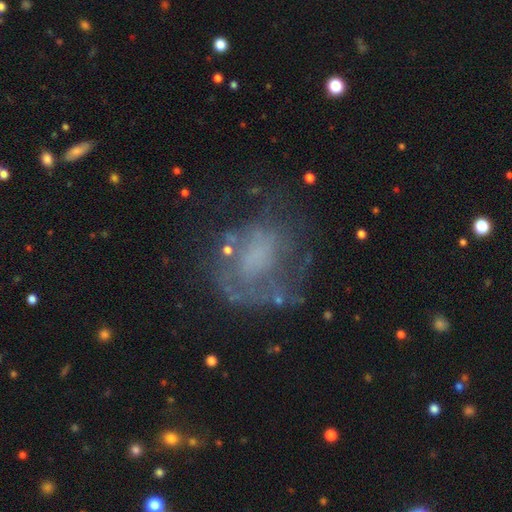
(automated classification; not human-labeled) Overall: featured or disk (60%; smooth 25%). Edge-on disk: no (97%). Bar: no (76%). Spiral arms: yes (55%; no 45%). Bulge size: none (55%; small 19%). Merging: none (51%; major disturbance 25%).